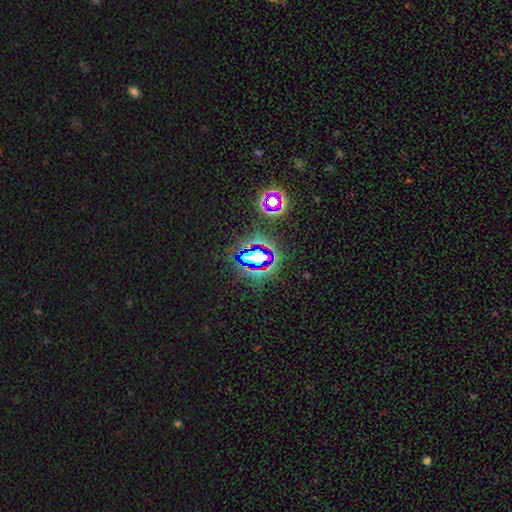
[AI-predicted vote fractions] This appears to be a star or artifact, not a galaxy (75%).